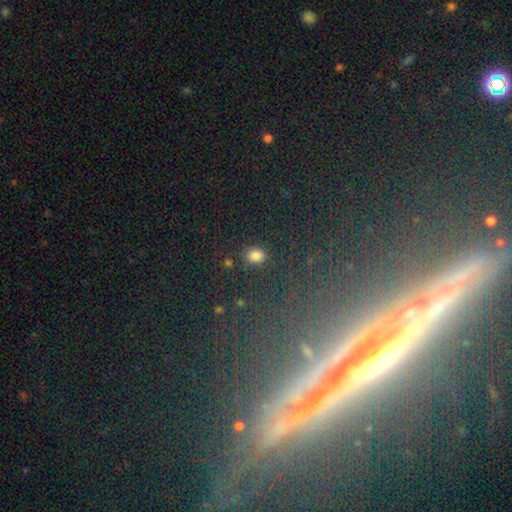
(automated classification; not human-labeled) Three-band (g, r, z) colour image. It shows a smooth galaxy with no disk features (78%) that is round (61%). Merging: none (82%).